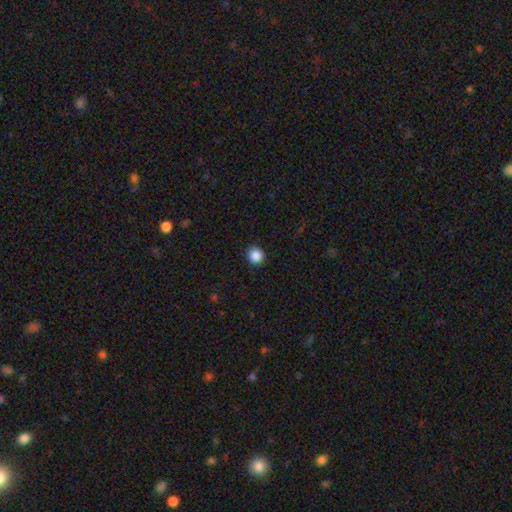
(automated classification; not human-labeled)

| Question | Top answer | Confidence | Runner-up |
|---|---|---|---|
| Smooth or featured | smooth | 87% | star or artifact (10%) |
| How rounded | round | 93% | in between (6%) |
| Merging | none | 91% | minor disturbance (6%) |